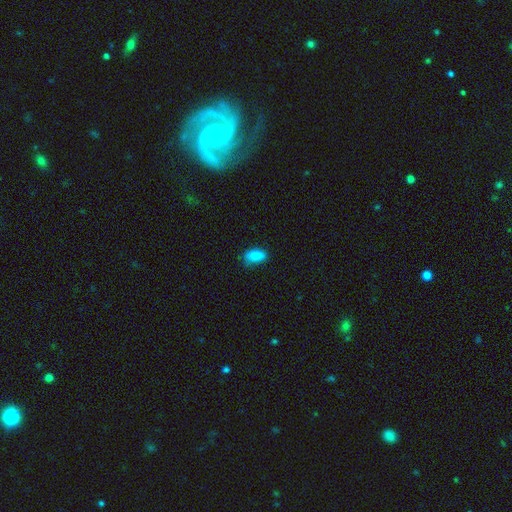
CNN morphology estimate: A smooth galaxy with no disk features (86%) that is in between round and cigar-shaped (89%). Merging: none (70%).